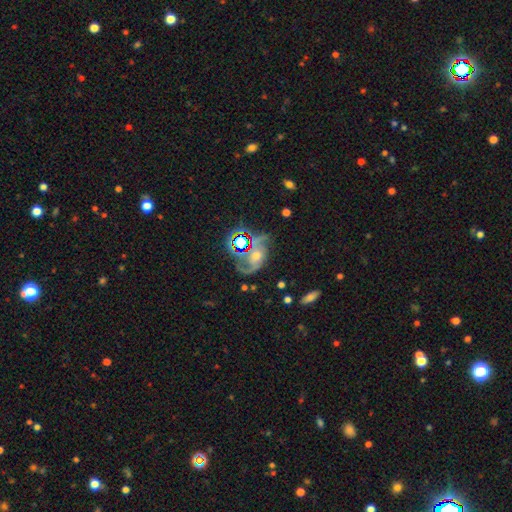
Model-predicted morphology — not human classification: type=featured or disk (71%); edge-on=no (96%); bar=no (63%); spiral arms=yes (92%); winding=medium (44%); arm count=2 (69%); bulge=moderate (55%); merging=none (53%).